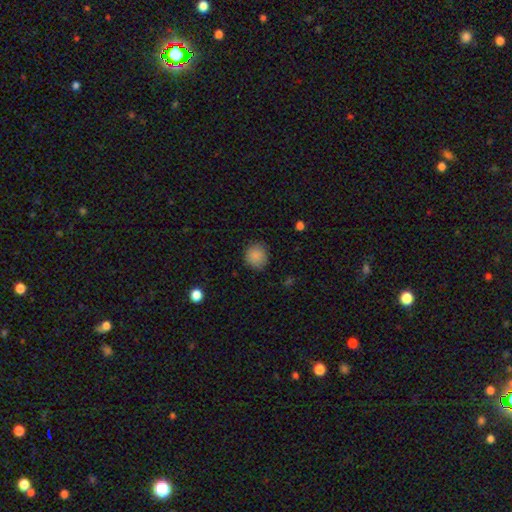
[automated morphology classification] smooth 86%, star or artifact 9%, featured or disk 5%. Down the decision tree: how rounded — round (88%); merging — none (84%).